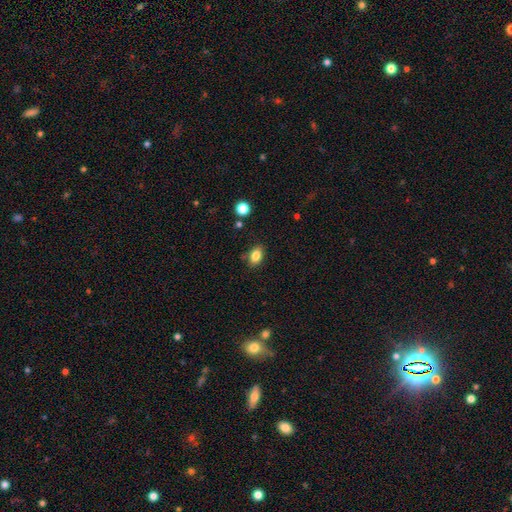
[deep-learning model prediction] This is clearly a smooth galaxy (84%). How rounded: clearly in between (83%). Merging: clearly none (82%).